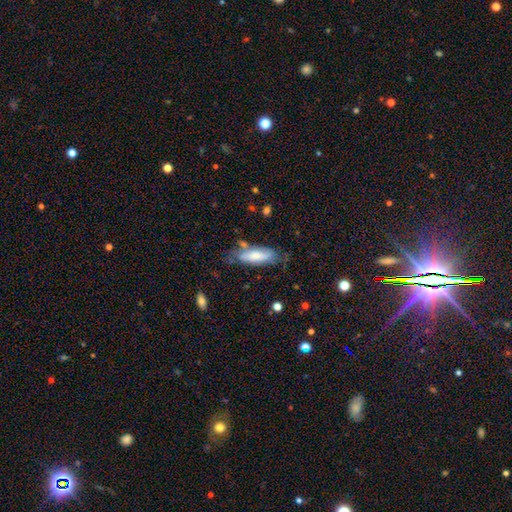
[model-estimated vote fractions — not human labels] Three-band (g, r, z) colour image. It shows a smooth galaxy with no disk features (67%) that is in between round and cigar-shaped (56%). Merging: none (58%).